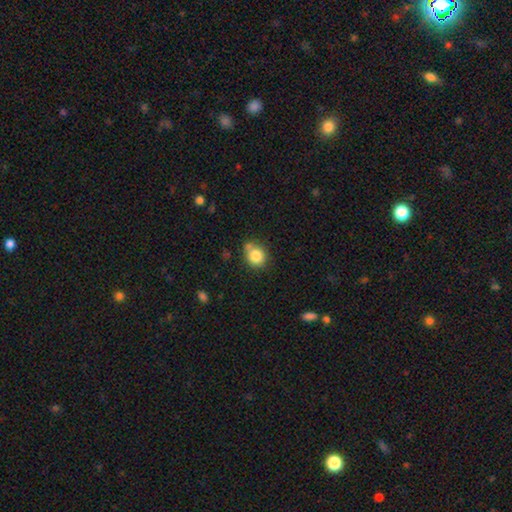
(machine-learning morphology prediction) A smooth galaxy with no disk features (83%) that is round (80%). Merging: none (67%).